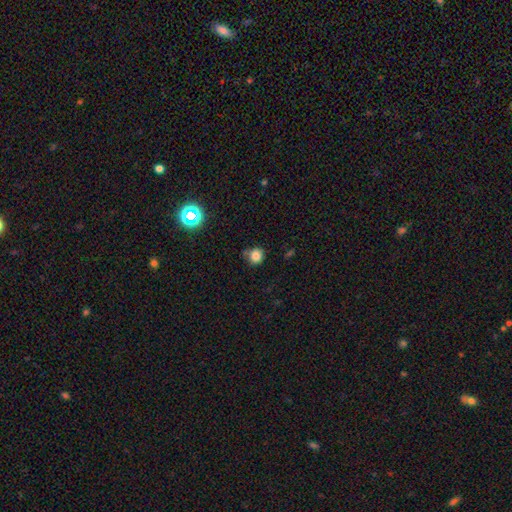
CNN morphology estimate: Smooth or featured?
  - smooth: 81% *
  - star or artifact: 14%
  - featured or disk: 5%
How rounded?
  - round: 86% *
  - in between: 13%
  - cigar-shaped: 1%
Merging?
  - none: 69% *
  - minor disturbance: 22%
  - major disturbance: 5%
  - merger: 5%